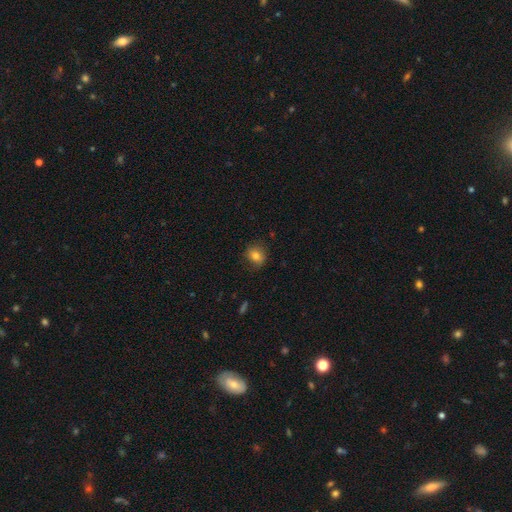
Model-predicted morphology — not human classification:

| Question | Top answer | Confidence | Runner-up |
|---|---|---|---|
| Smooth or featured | smooth | 81% | star or artifact (10%) |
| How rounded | round | 67% | in between (32%) |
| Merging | none | 80% | minor disturbance (15%) |